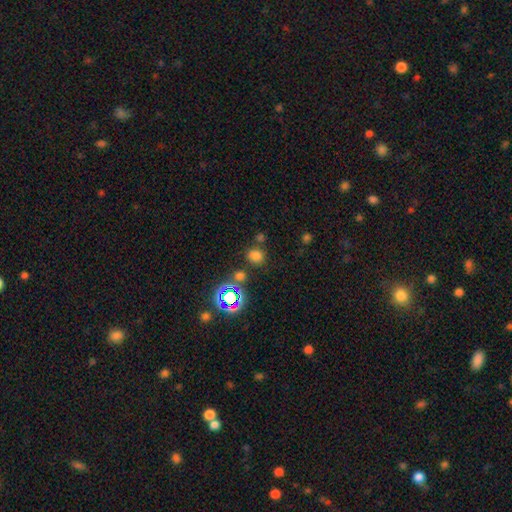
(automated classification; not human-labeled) smooth-or-featured: smooth: 71% | star or artifact: 24% | featured or disk: 6%
  how-rounded: round: 78% | in between: 21% | cigar-shaped: 1%
  merging: none: 77% | merger: 9% | minor disturbance: 9% | major disturbance: 4%